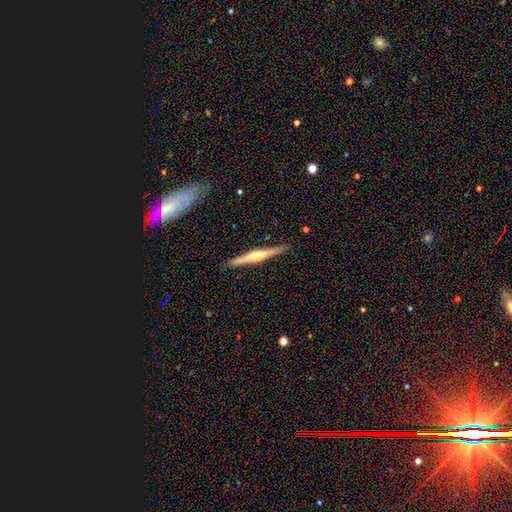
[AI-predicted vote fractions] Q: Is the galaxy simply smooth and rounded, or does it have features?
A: featured or disk — 69%.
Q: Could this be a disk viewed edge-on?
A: yes — 98%.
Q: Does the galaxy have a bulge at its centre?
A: rounded — 80%.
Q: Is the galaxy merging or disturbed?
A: none — 90%.